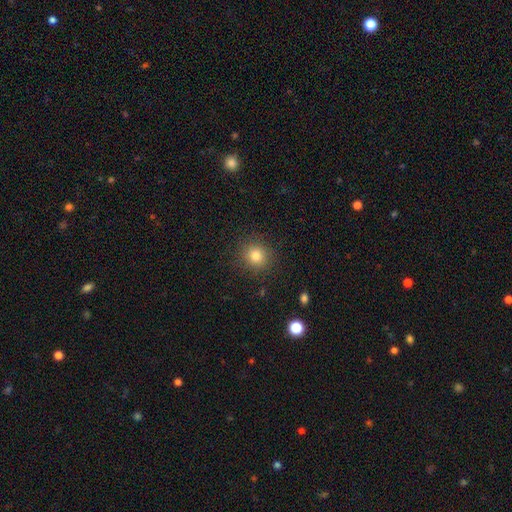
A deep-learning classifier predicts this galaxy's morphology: smooth_or_featured: smooth (p=0.81) [alt: star or artifact p=0.13]
how_rounded: round (p=0.91) [alt: in between p=0.08]
merging: none (p=0.89) [alt: minor disturbance p=0.07]